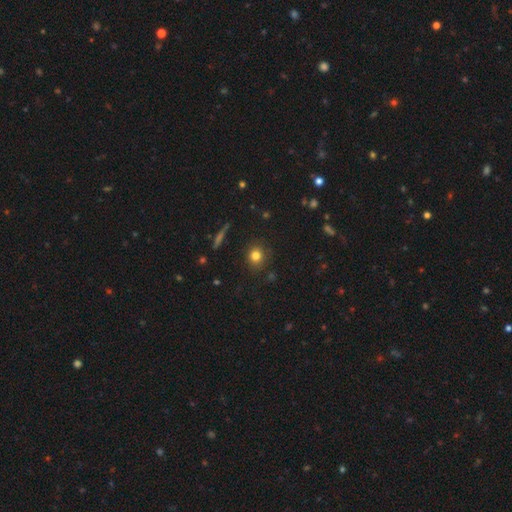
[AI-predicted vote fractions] Morphology: type=smooth (79%); roundness=round (85%); merging=none (87%).